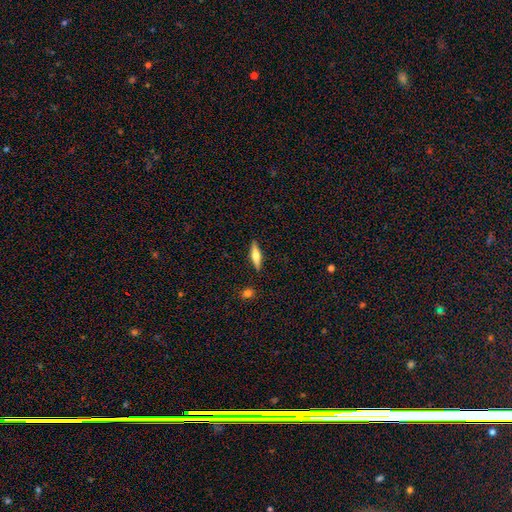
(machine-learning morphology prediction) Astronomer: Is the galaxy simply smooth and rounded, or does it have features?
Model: featured or disk — 52% (runner-up: smooth, 41%).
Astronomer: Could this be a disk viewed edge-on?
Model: yes — 95%.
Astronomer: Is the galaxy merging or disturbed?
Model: none — 89%.